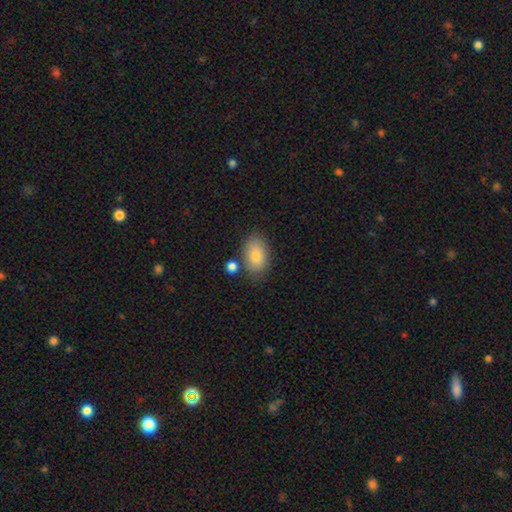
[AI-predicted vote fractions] Smooth or featured: smooth — 82% (featured or disk — 10%)
How rounded: in between — 90% (round — 9%)
Merging: none — 76% (minor disturbance — 13%)